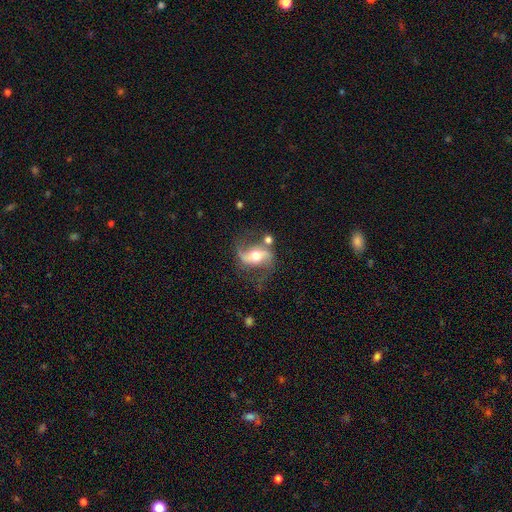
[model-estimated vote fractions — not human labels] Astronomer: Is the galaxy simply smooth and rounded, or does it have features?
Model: featured or disk — 82%.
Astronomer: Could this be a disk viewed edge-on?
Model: no — 95%.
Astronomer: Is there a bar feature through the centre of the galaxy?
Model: strong — 36% (runner-up: weak, 32%).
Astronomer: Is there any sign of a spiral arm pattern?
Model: yes — 93%.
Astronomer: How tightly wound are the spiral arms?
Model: loose — 68%.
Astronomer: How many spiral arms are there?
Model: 2 — 90%.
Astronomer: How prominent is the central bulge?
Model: moderate — 67%.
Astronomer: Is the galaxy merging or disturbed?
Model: none — 60%.